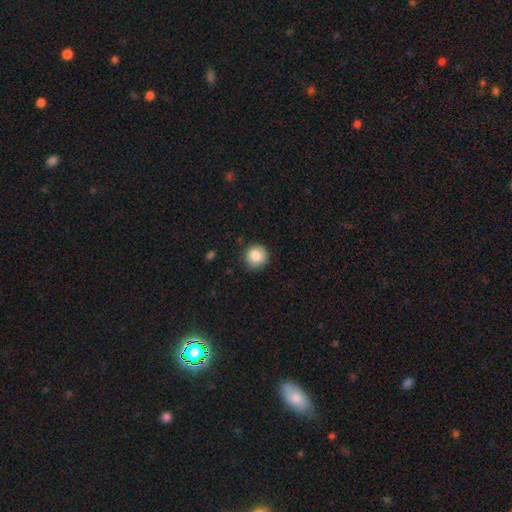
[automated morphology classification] The model was most divided on "merging": none: 84%, minor disturbance: 12%, major disturbance: 3%, merger: 1%. More confident: how rounded — round (93%); smooth or featured — smooth (85%).